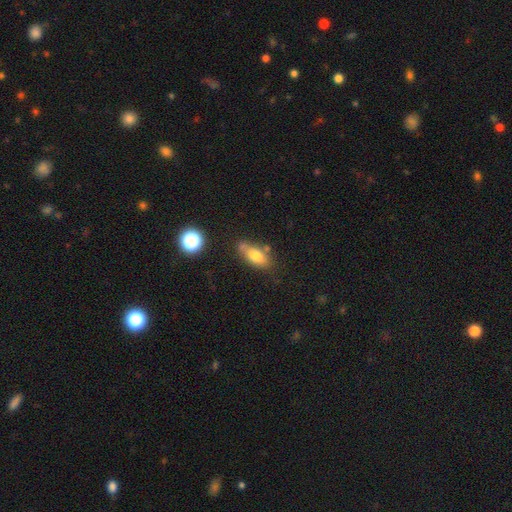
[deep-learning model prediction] Q: Smooth or featured?
A: smooth (74%); runner-up: featured or disk (17%)
Q: How rounded?
A: in between (79%); runner-up: cigar-shaped (15%)
Q: Merging?
A: none (57%); runner-up: minor disturbance (24%)